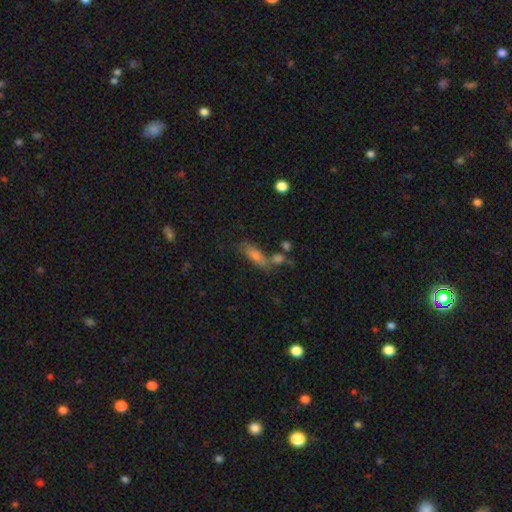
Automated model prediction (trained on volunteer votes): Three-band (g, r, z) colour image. It shows a smooth galaxy with no disk features (70%) that is in between round and cigar-shaped (57%). Merging: none (52%).